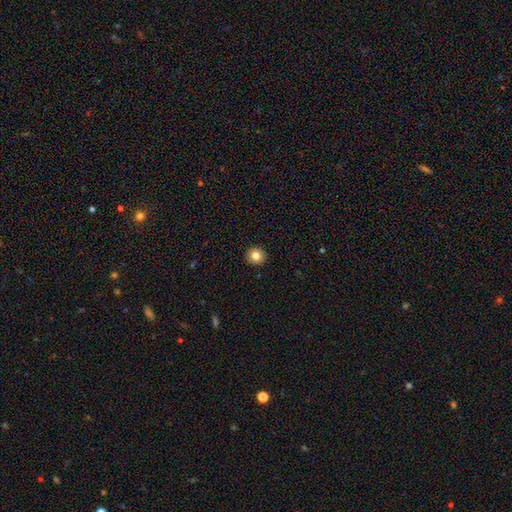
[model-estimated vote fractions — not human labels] smooth-or-featured: smooth: 83% | star or artifact: 10% | featured or disk: 7%
  how-rounded: round: 89% | in between: 10% | cigar-shaped: 1%
  merging: none: 93% | minor disturbance: 5% | major disturbance: 1% | merger: 1%